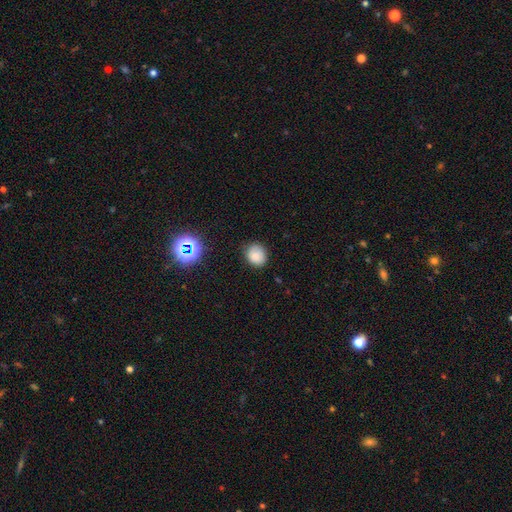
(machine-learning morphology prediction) Smooth or featured?
  - smooth: 79% *
  - star or artifact: 13%
  - featured or disk: 8%
How rounded?
  - round: 67% *
  - in between: 32%
  - cigar-shaped: 1%
Merging?
  - none: 81% *
  - minor disturbance: 14%
  - major disturbance: 3%
  - merger: 1%